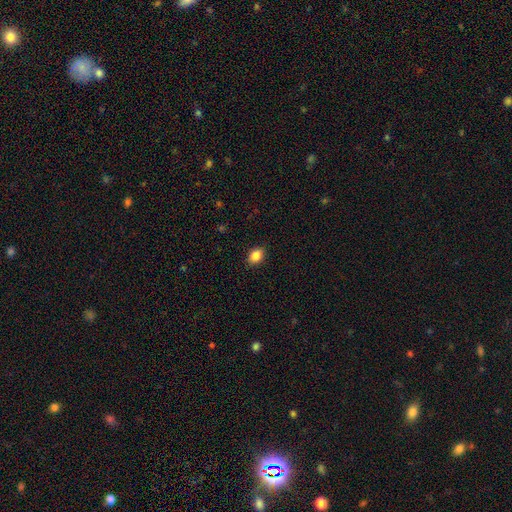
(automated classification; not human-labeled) Smooth or featured? smooth (87%)
How rounded? in between (72%)
Merging? none (88%)